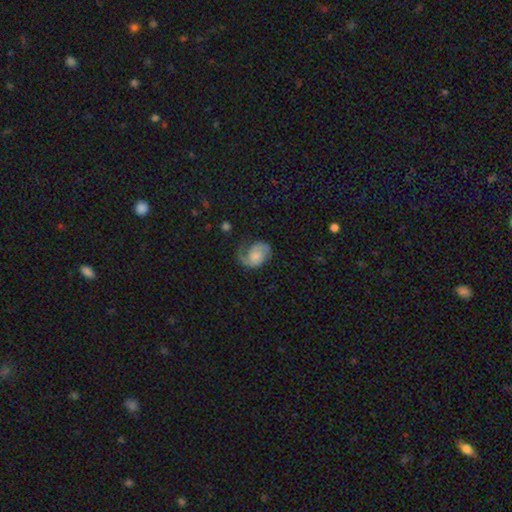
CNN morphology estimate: Smooth or featured?
  - featured or disk: 67% *
  - smooth: 26%
  - star or artifact: 7%
Edge-on disk?
  - no: 98% *
  - yes: 2%
Bar?
  - no: 66% *
  - weak: 29%
  - strong: 4%
Spiral arms?
  - yes: 93% *
  - no: 7%
Spiral winding?
  - medium: 44% *
  - loose: 28%
  - tight: 27%
Spiral arm count?
  - 2: 66% *
  - 1: 25%
  - can't tell: 7%
  - 3: 1%
  - 4: 1%
  - more than 4: 1%
Bulge size?
  - small: 38% *
  - moderate: 35%
  - none: 17%
  - large: 8%
  - dominant: 2%
Merging?
  - none: 51% *
  - minor disturbance: 27%
  - major disturbance: 20%
  - merger: 2%